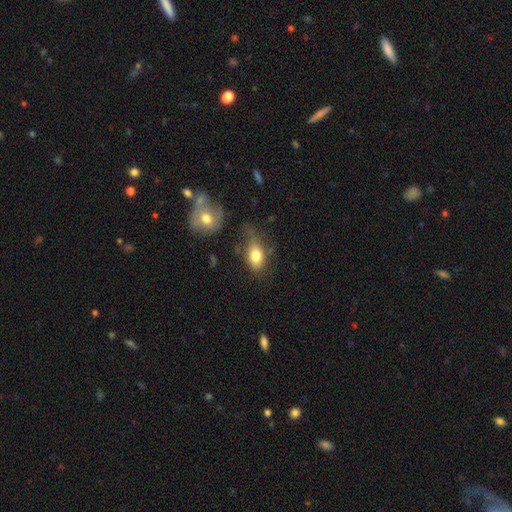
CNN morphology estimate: Smooth or featured?
  - smooth: 78% *
  - featured or disk: 14%
  - star or artifact: 9%
How rounded?
  - in between: 83% *
  - round: 14%
  - cigar-shaped: 3%
Merging?
  - none: 47% *
  - minor disturbance: 29%
  - major disturbance: 15%
  - merger: 9%